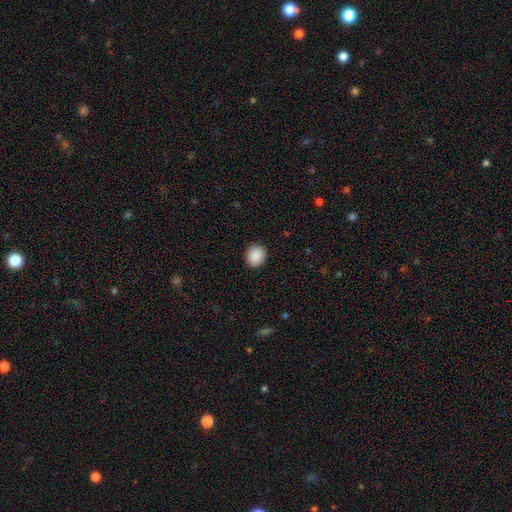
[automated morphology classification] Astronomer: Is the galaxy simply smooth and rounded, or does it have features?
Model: smooth — 90%.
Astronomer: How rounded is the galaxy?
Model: round — 73%.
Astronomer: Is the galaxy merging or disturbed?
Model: none — 91%.